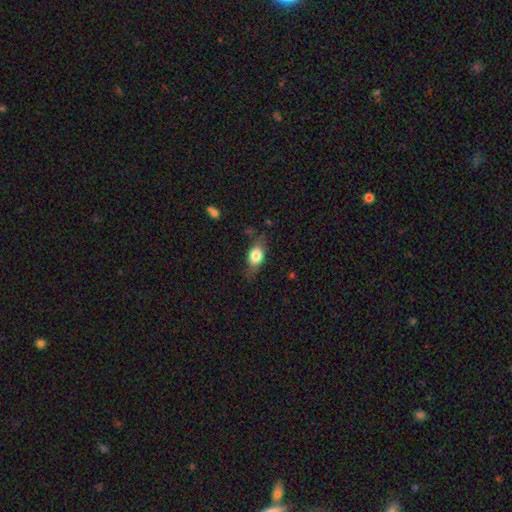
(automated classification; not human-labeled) Smooth or featured? smooth (71%)
How rounded? in between (73%)
Merging? none (67%)